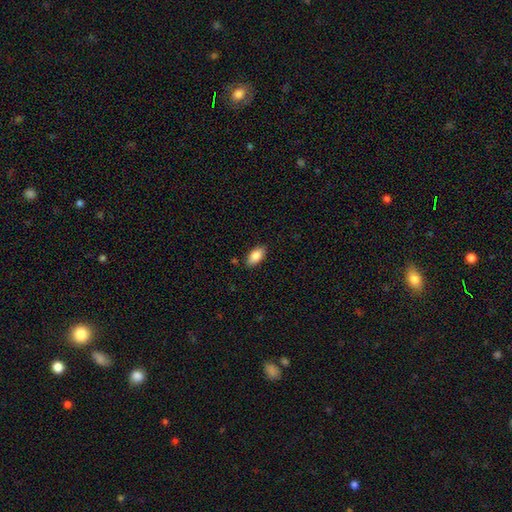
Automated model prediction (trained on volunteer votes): Smooth or featured? Predicted: smooth (p=0.86). How rounded? Predicted: in between (p=0.92). Merging? Predicted: none (p=0.86).